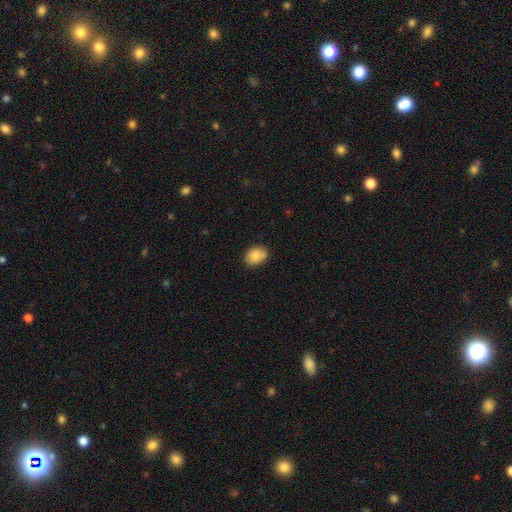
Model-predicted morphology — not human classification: type=smooth (84%); roundness=in between (67%); merging=none (74%).